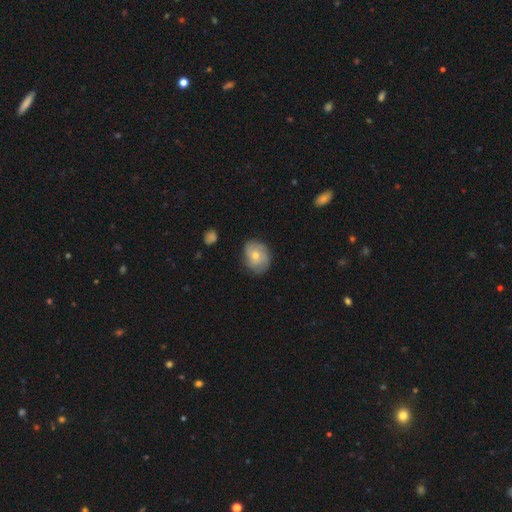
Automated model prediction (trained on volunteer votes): Q: Smooth or featured?
A: smooth (48%); runner-up: featured or disk (44%)
Q: Merging?
A: none (75%); runner-up: minor disturbance (20%)